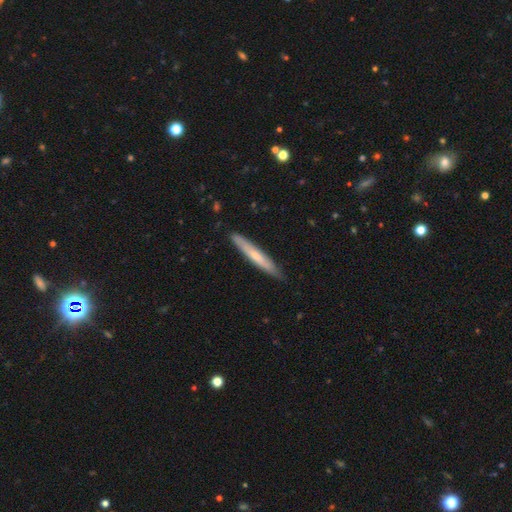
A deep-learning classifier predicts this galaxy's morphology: smooth 53%, featured or disk 41%, star or artifact 5%. Down the decision tree: how rounded — cigar-shaped (94%); merging — none (86%).